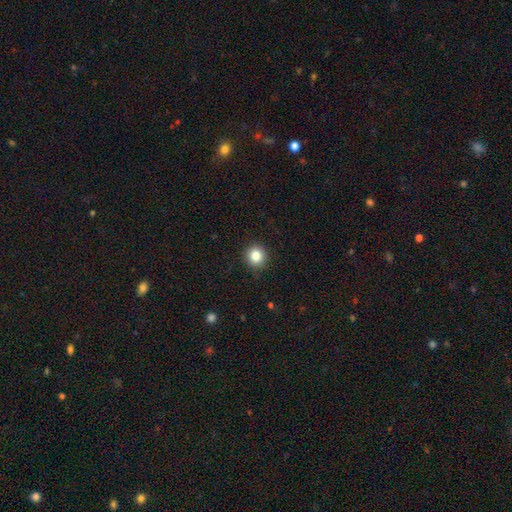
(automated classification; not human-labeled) Overall: smooth (84%). How rounded: round (92%). Merging: none (91%).